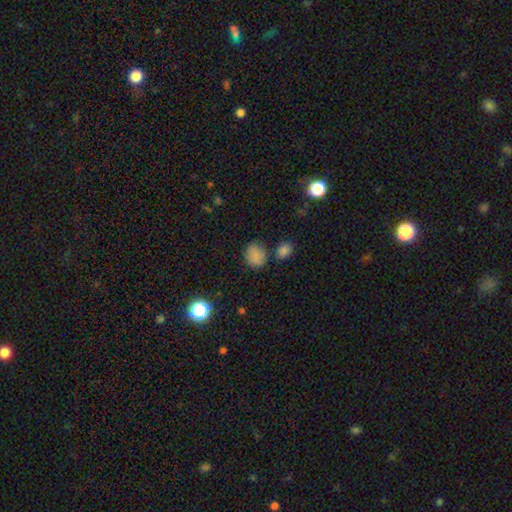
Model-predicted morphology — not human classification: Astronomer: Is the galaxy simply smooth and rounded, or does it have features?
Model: smooth — 80%.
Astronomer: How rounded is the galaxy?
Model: round — 58% (runner-up: in between, 41%).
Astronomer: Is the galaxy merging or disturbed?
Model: none — 70%.